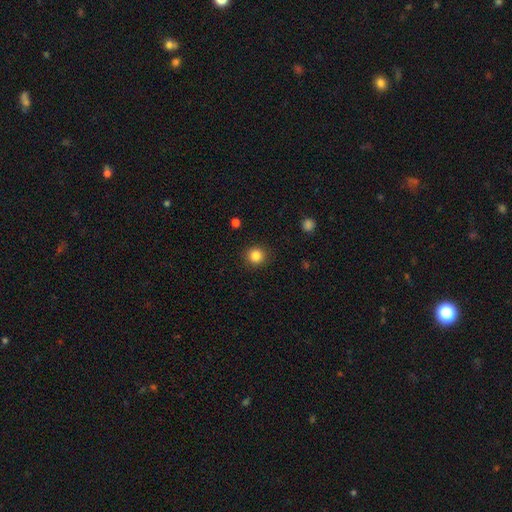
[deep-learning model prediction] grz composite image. It shows a smooth galaxy with no disk features (85%) that is round (92%). Merging: none (90%).